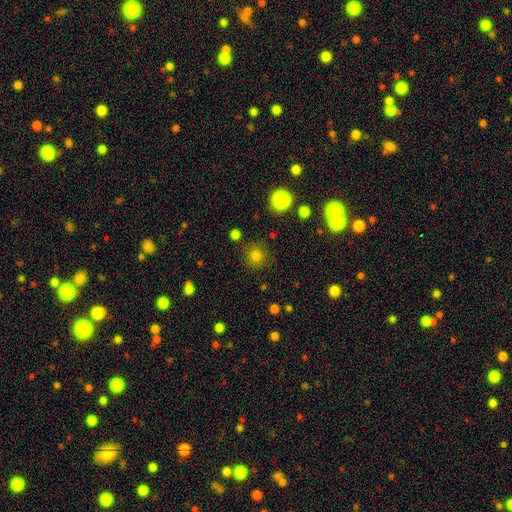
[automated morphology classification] smooth-or-featured: smooth: 78% | star or artifact: 17% | featured or disk: 5%
  how-rounded: round: 92% | in between: 7% | cigar-shaped: 1%
  merging: none: 84% | minor disturbance: 10% | major disturbance: 4% | merger: 3%